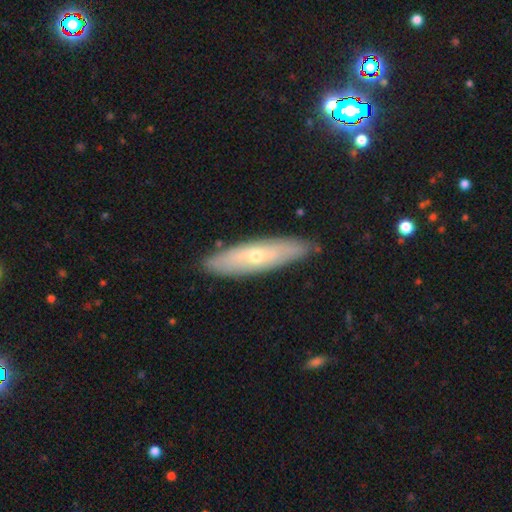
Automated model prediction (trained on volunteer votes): smooth-or-featured: featured or disk: 56% | smooth: 38% | star or artifact: 7%
  disk-edge-on: yes: 51% | no: 49%
  merging: none: 86% | minor disturbance: 10% | major disturbance: 2% | merger: 1%